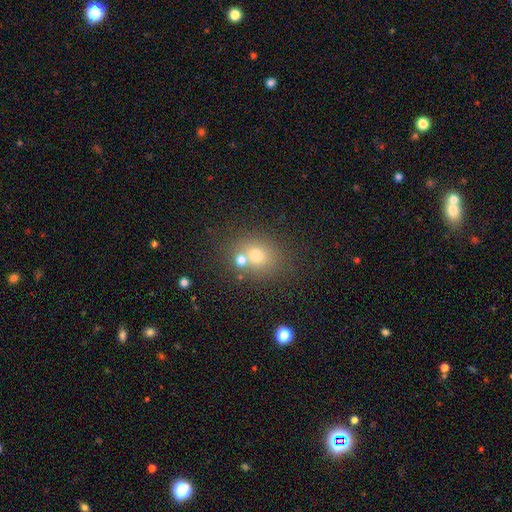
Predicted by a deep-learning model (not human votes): smooth-or-featured: smooth: 70% | star or artifact: 15% | featured or disk: 15%
  how-rounded: round: 69% | in between: 30% | cigar-shaped: 1%
  merging: none: 55% | merger: 32% | minor disturbance: 10% | major disturbance: 4%